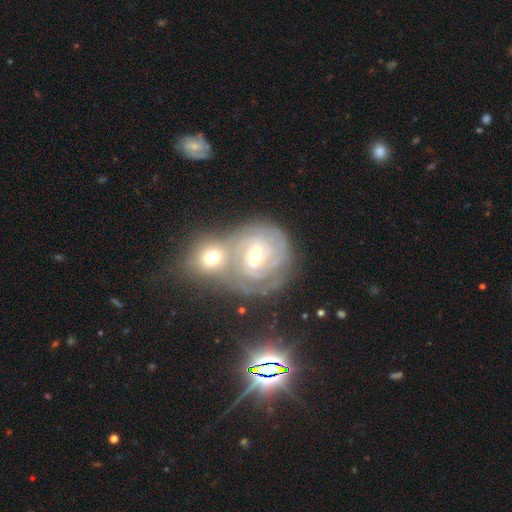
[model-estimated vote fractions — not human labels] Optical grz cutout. It shows a featured or disk galaxy (76%) with a weak bar (47%), tight (78%) spiral arms (93%) and a moderate central bulge (51%). Merging: merger (43%).